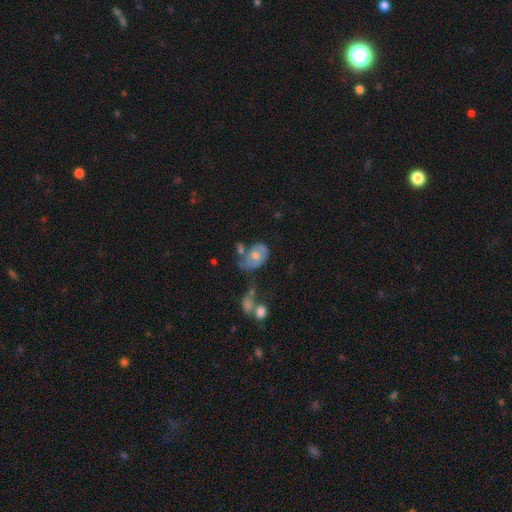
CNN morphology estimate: A smooth galaxy with no disk features (52%) that is in between round and cigar-shaped (82%).

Vote fractions:
- Smooth or featured? smooth: 52% / featured or disk: 40% / star or artifact: 7%
- How rounded? in between: 82% / round: 16% / cigar-shaped: 1%
- Merging? none: 29% / minor disturbance: 28% / major disturbance: 22% / merger: 21%